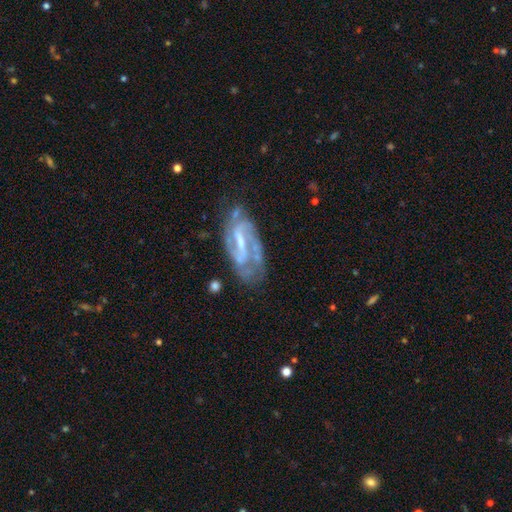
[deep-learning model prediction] A featured or disk galaxy (68%) with a weak bar (41%), spiral arms (76%) and a small central bulge (59%).

Vote fractions:
- Smooth or featured? featured or disk: 68% / smooth: 17% / star or artifact: 15%
- Edge-on disk? no: 84% / yes: 16%
- Bar? weak: 41% / no: 33% / strong: 26%
- Spiral arms? yes: 76% / no: 24%
- Bulge size? small: 59% / moderate: 28% / none: 9% / large: 2% / dominant: 1%
- Merging? none: 71% / minor disturbance: 17% / major disturbance: 9% / merger: 3%